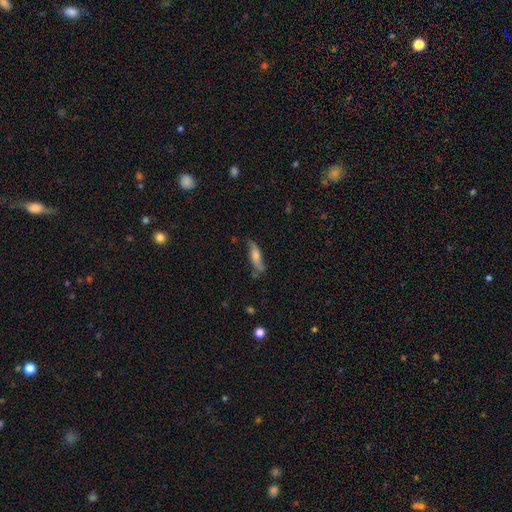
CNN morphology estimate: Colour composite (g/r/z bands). It shows a featured or disk galaxy (46%, tied with smooth). Merging: none (67%).